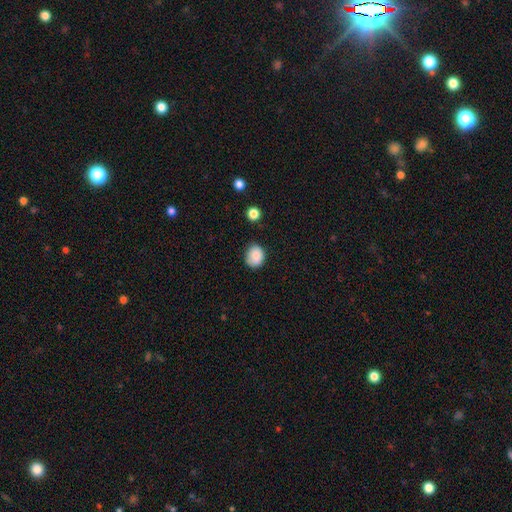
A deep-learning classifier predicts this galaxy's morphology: Smooth or featured? Predicted: smooth (p=0.85). How rounded? Predicted: round (p=0.63). Merging? Predicted: none (p=0.74).